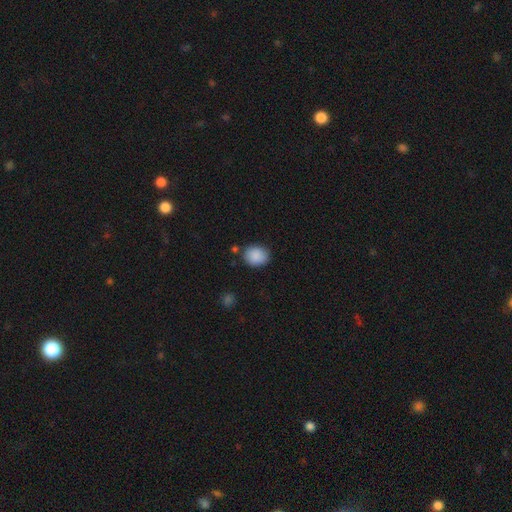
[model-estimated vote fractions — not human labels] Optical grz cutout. It shows a smooth galaxy with no disk features (89%) that is round (56%). Merging: none (79%).